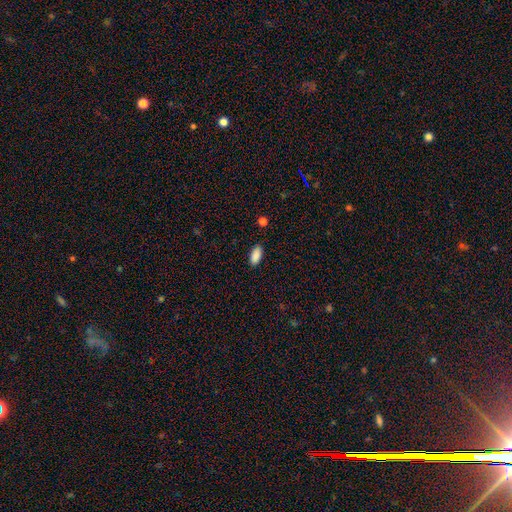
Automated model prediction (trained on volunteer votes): Q: Smooth or featured?
A: smooth (89%); runner-up: star or artifact (7%)
Q: How rounded?
A: in between (90%); runner-up: cigar-shaped (8%)
Q: Merging?
A: none (88%); runner-up: minor disturbance (9%)